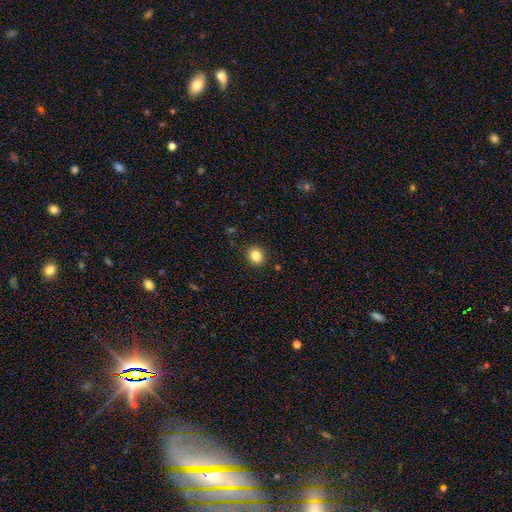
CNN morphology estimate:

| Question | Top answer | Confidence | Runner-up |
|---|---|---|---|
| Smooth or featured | smooth | 84% | star or artifact (10%) |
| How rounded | round | 68% | in between (31%) |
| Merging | none | 90% | minor disturbance (7%) |